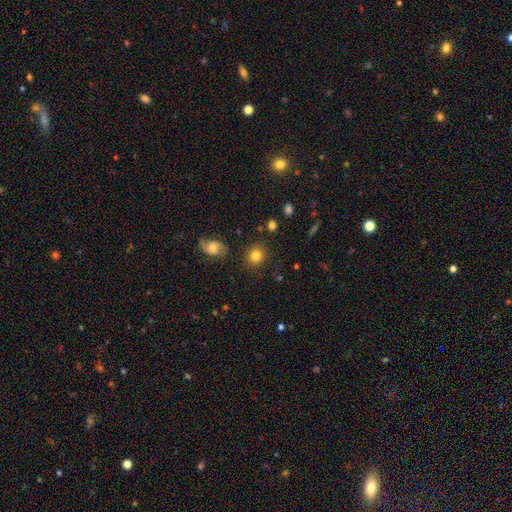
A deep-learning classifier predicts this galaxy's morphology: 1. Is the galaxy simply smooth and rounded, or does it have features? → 81% smooth, 10% star or artifact, 9% featured or disk.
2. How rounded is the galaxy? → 83% round, 16% in between, 1% cigar-shaped.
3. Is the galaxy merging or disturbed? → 86% none, 8% minor disturbance, 3% major disturbance, 2% merger.